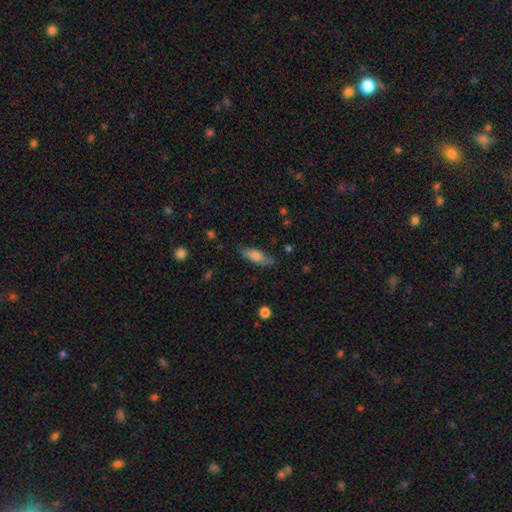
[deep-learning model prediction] This is likely a smooth galaxy (75%). How rounded: likely in between (63%). Merging: likely none (75%).